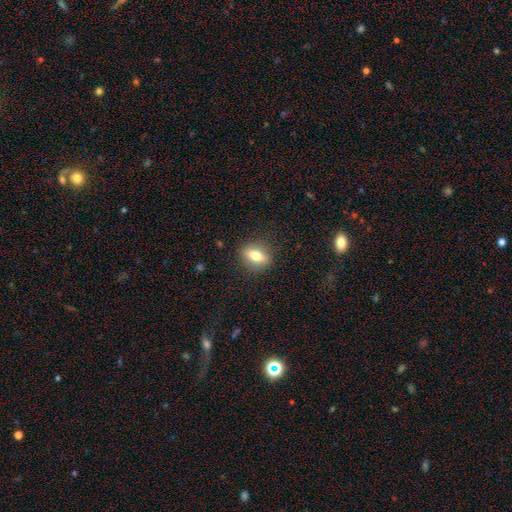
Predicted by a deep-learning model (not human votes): The model was most divided on "how rounded": in between: 63%, round: 28%, cigar-shaped: 10%. More confident: merging — none (85%); smooth or featured — smooth (67%).